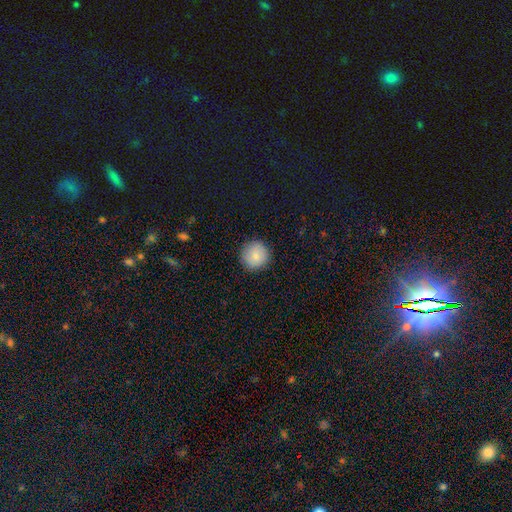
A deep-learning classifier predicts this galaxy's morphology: type=smooth (84%); roundness=round (93%); merging=none (89%).